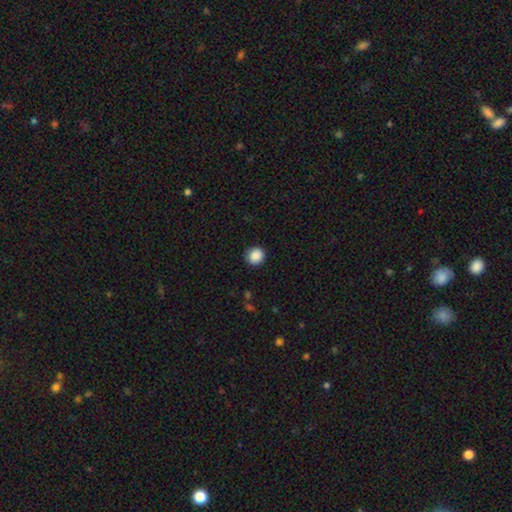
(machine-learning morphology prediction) Smooth or featured? smooth (88%)
How rounded? round (89%)
Merging? none (85%)